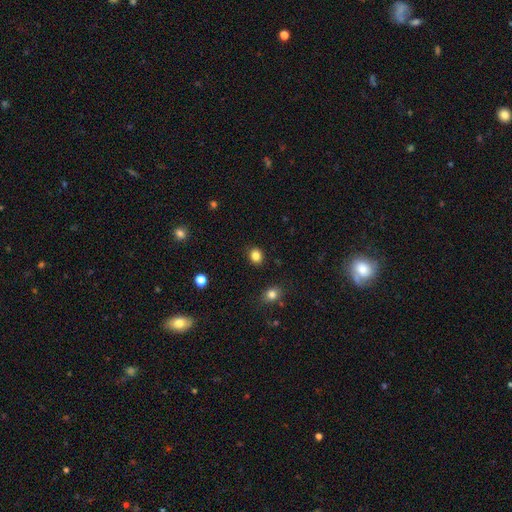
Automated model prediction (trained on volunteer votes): Smooth or featured? Predicted: smooth (p=0.85). How rounded? Predicted: round (p=0.70). Merging? Predicted: none (p=0.89).